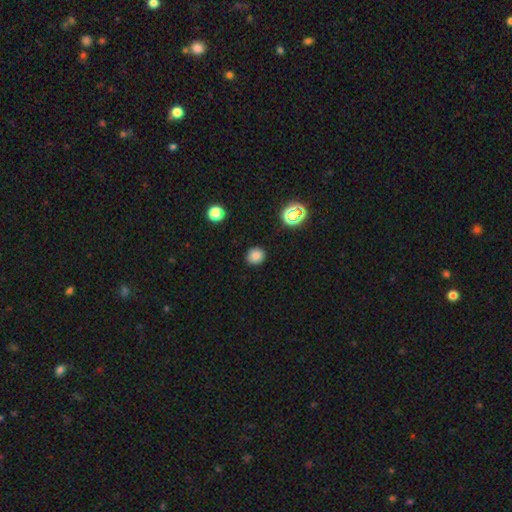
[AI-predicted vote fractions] This appears to be a smooth galaxy with no disk features (80%) that is round (83%). Merging: none (89%).